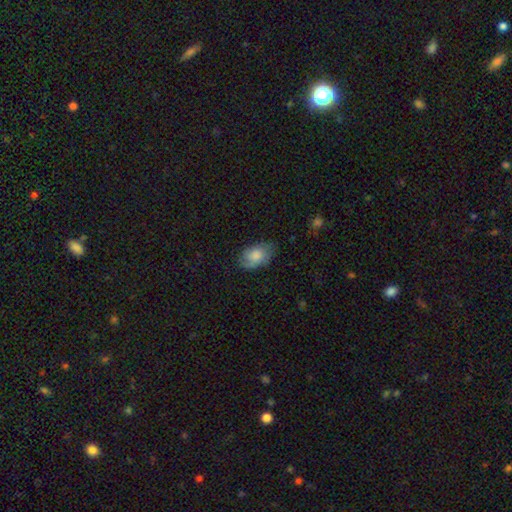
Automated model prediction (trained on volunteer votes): Overall: smooth (59%; featured or disk 33%). How rounded: in between (89%). Merging: none (64%; minor disturbance 25%).